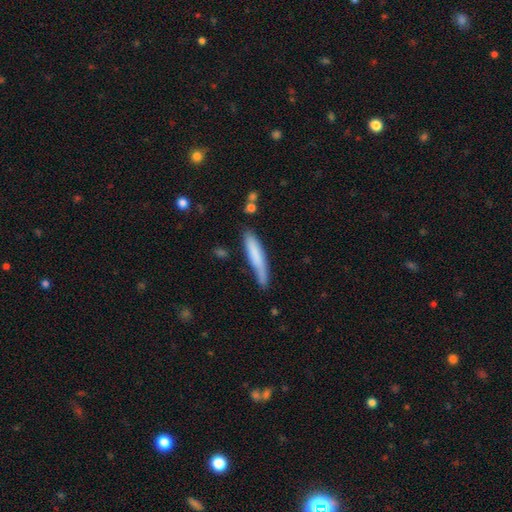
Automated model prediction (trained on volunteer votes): Smooth or featured? Predicted: smooth (p=0.73). How rounded? Predicted: cigar-shaped (p=0.89). Merging? Predicted: none (p=0.63).